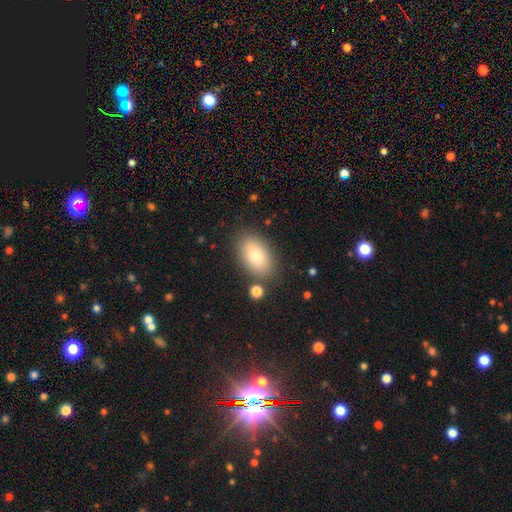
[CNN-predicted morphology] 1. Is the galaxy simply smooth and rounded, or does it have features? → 78% smooth, 14% featured or disk, 8% star or artifact.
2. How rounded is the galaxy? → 91% in between, 7% round, 2% cigar-shaped.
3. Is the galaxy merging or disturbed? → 81% none, 12% minor disturbance, 4% merger, 4% major disturbance.